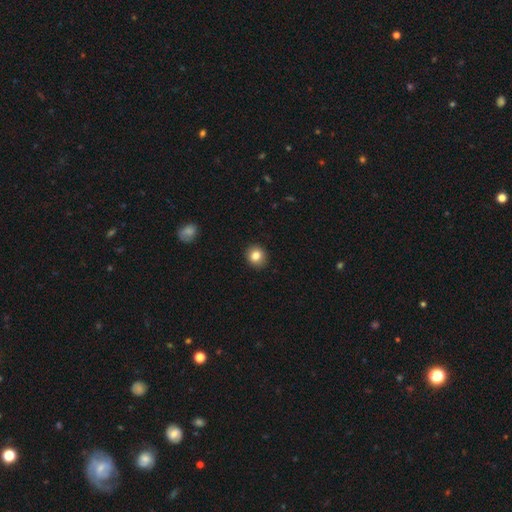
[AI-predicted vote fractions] Smooth or featured?
  - smooth: 83% *
  - star or artifact: 10%
  - featured or disk: 7%
How rounded?
  - round: 81% *
  - in between: 18%
  - cigar-shaped: 1%
Merging?
  - none: 91% *
  - minor disturbance: 7%
  - major disturbance: 2%
  - merger: 1%